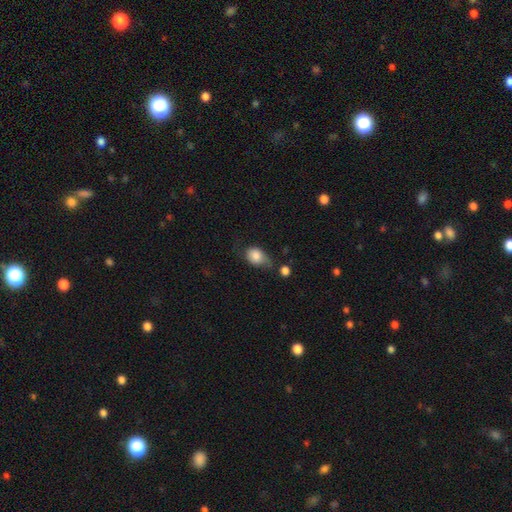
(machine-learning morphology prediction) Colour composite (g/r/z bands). It shows a smooth galaxy with no disk features (81%) that is in between round and cigar-shaped (62%). Merging: minor disturbance (36%).